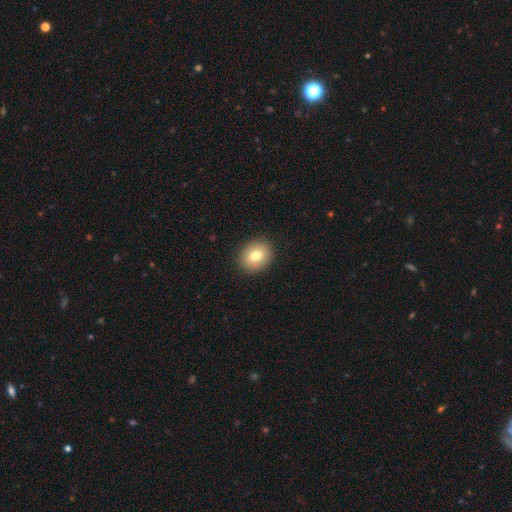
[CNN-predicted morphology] This appears to be a smooth galaxy with no disk features (78%) that is round (56%). Merging: none (90%).